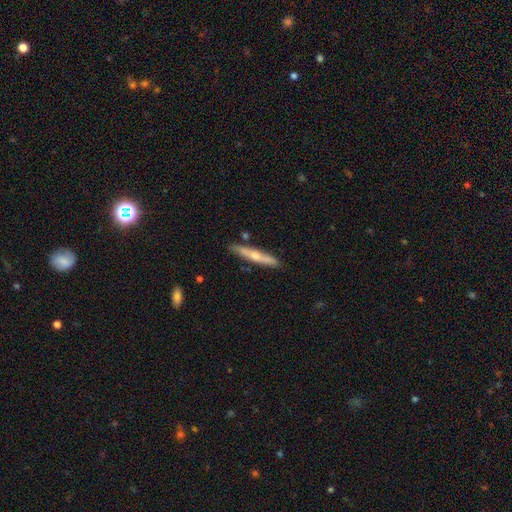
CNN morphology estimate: Smooth or featured: featured or disk — 50% (smooth — 44%)
Edge-on disk: yes — 92% (no — 8%)
Merging: none — 85% (minor disturbance — 10%)